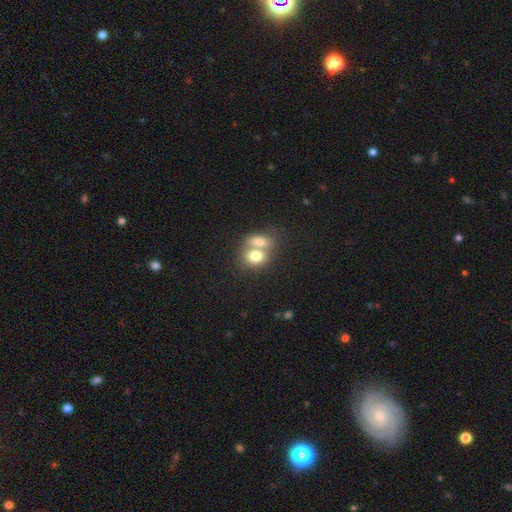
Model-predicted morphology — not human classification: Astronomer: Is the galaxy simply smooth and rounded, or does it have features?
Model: smooth — 74%.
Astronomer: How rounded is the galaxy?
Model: in between — 55% (runner-up: round, 44%).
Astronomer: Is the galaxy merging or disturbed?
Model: merger — 69%.